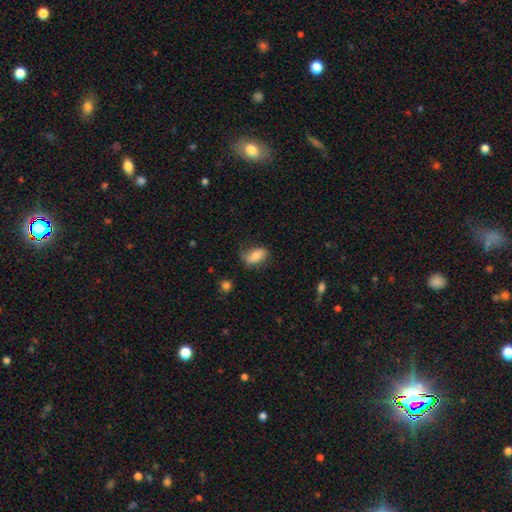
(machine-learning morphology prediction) This is likely a smooth galaxy (68%). How rounded: clearly in between (88%). Merging: possibly none (59%).